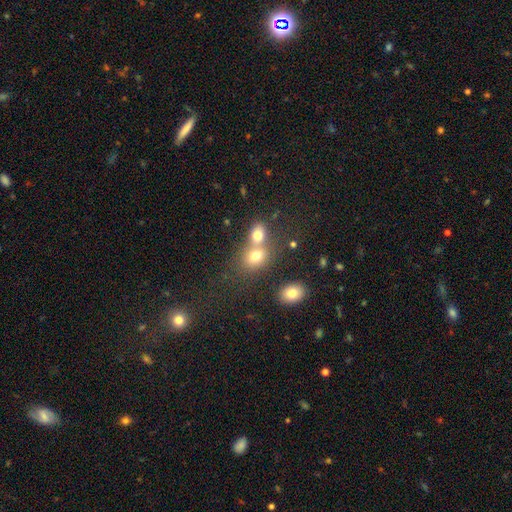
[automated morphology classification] A smooth galaxy with no disk features (73%) that is in between round and cigar-shaped (61%). Merging: merger (53%).